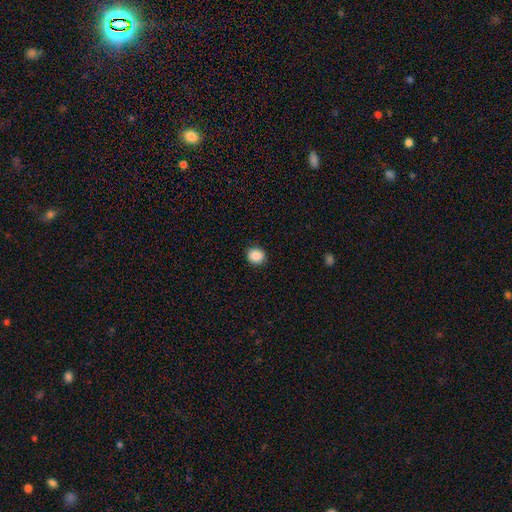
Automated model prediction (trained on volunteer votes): A smooth galaxy with no disk features (88%) that is round (81%). Merging: none (91%).